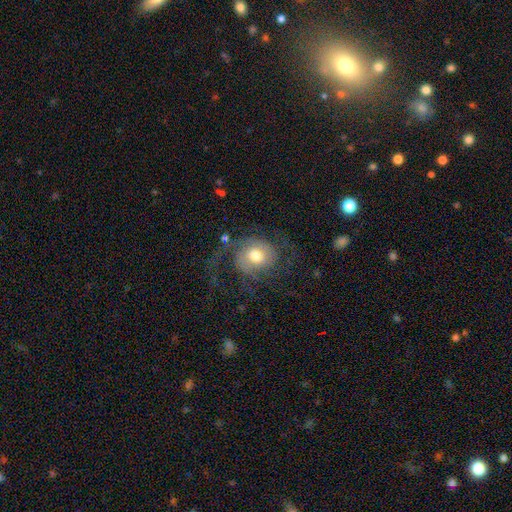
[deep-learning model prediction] Morphology: type=featured or disk (60%); edge-on=no (97%); bar=no (74%); spiral arms=yes (84%); bulge=moderate (63%); merging=none (48%).